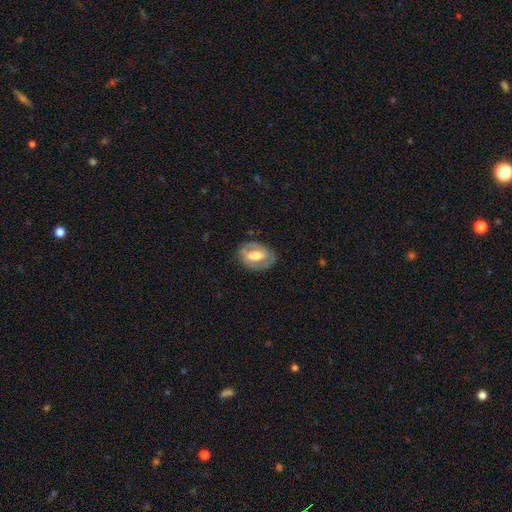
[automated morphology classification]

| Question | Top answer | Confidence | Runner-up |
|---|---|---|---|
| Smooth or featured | featured or disk | 58% | smooth (36%) |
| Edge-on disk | no | 93% | yes (7%) |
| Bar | weak | 37% | strong (34%) |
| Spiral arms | no | 54% | yes (46%) |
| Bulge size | moderate | 56% | large (24%) |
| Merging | none | 77% | minor disturbance (15%) |